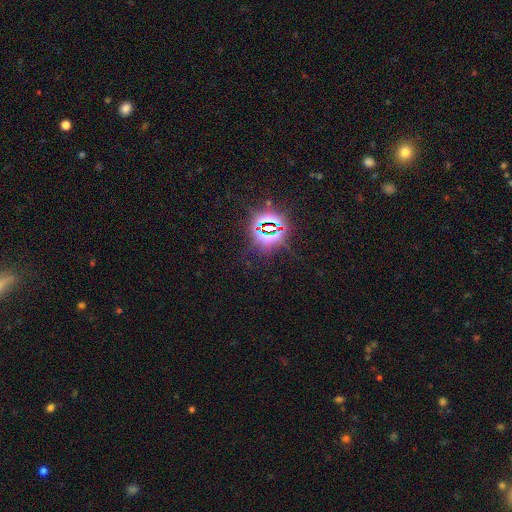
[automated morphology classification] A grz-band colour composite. It shows a star or artifact, not a galaxy (82%).